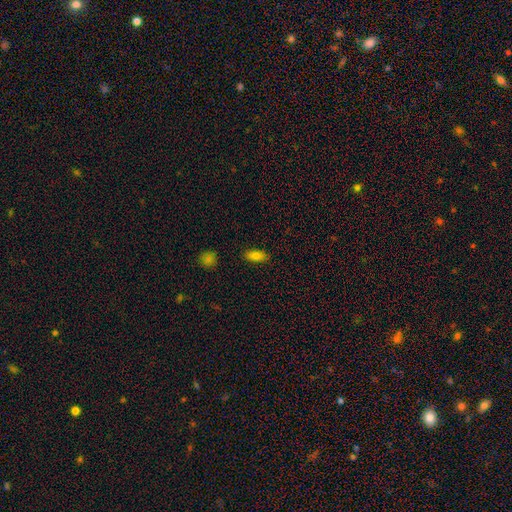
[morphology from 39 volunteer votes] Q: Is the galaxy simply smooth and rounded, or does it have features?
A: smooth — 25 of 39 (64%).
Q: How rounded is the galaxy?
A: in between — 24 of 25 (96%).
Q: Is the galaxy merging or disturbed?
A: none — 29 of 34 (85%).